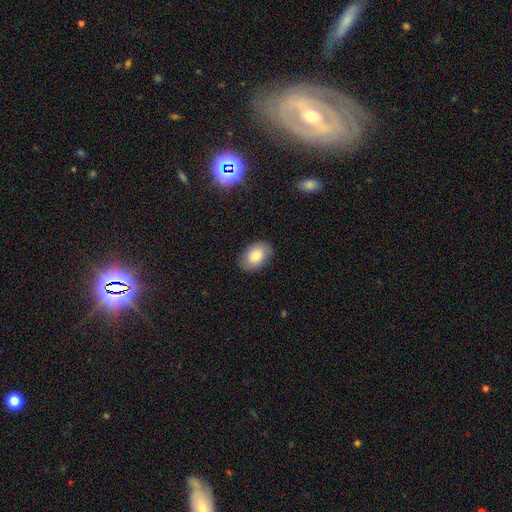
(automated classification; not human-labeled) Smooth or featured?
  - smooth: 82% *
  - featured or disk: 11%
  - star or artifact: 7%
How rounded?
  - in between: 88% *
  - round: 11%
  - cigar-shaped: 1%
Merging?
  - none: 85% *
  - minor disturbance: 11%
  - major disturbance: 3%
  - merger: 1%